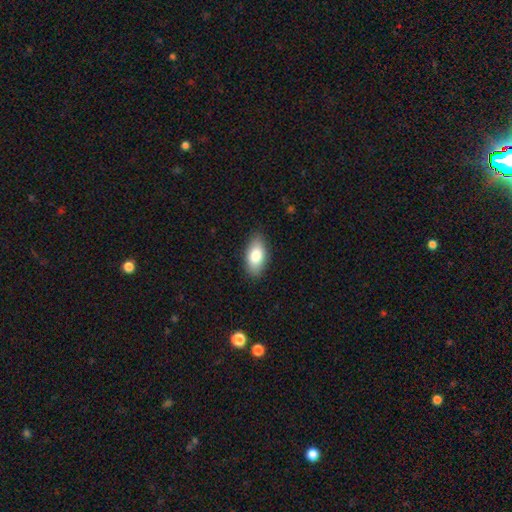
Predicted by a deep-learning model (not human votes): Smooth or featured: smooth — 81% (featured or disk — 12%)
How rounded: in between — 92% (cigar-shaped — 5%)
Merging: none — 87% (minor disturbance — 10%)